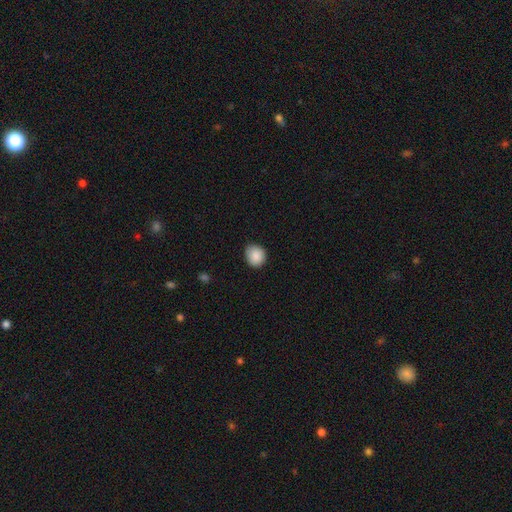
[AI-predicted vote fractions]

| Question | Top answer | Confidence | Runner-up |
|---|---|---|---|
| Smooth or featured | smooth | 88% | star or artifact (8%) |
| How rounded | round | 80% | in between (19%) |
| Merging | none | 80% | minor disturbance (17%) |